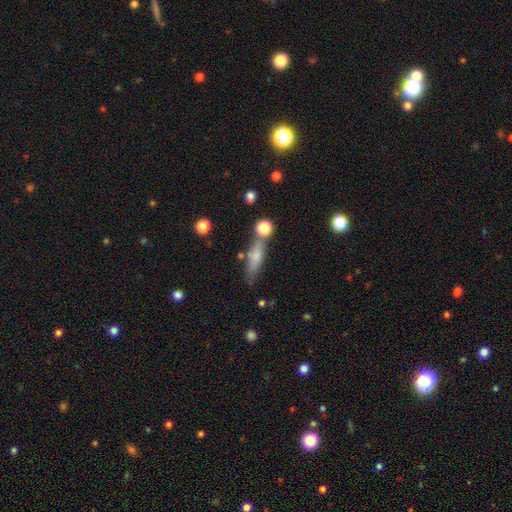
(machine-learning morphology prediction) smooth-or-featured: smooth: 65% | featured or disk: 26% | star or artifact: 9%
  how-rounded: cigar-shaped: 61% | in between: 34% | round: 5%
  merging: none: 59% | minor disturbance: 18% | merger: 16% | major disturbance: 7%